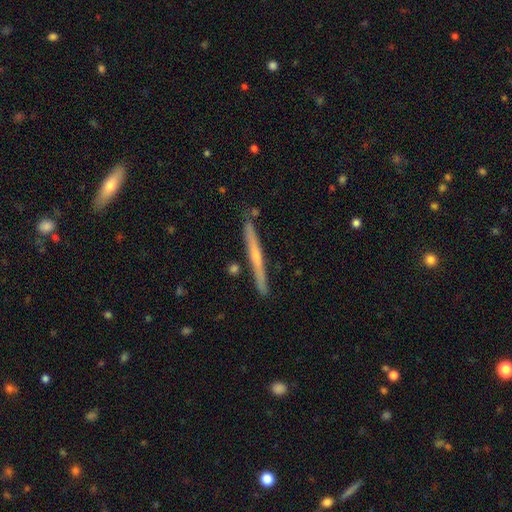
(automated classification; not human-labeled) This appears to be a featured or disk galaxy (70%) viewed edge-on (97%) with a rounded central bulge (64%). Merging: none (87%).